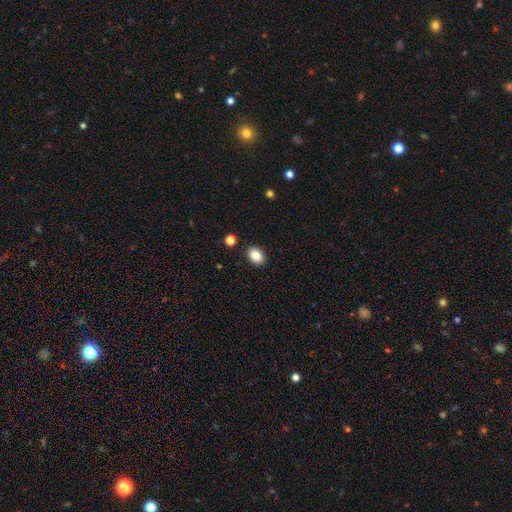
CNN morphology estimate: smooth-or-featured: smooth: 85% | star or artifact: 9% | featured or disk: 6%
  how-rounded: in between: 75% | round: 24% | cigar-shaped: 1%
  merging: none: 89% | minor disturbance: 7% | merger: 2% | major disturbance: 2%